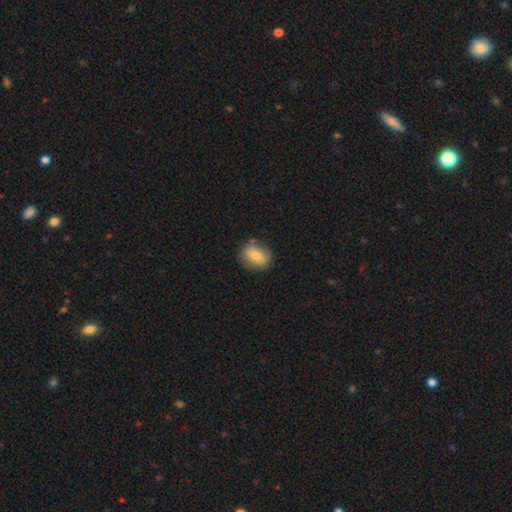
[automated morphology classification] smooth 73%, featured or disk 19%, star or artifact 8%. Down the decision tree: how rounded — in between (57%); merging — none (78%).